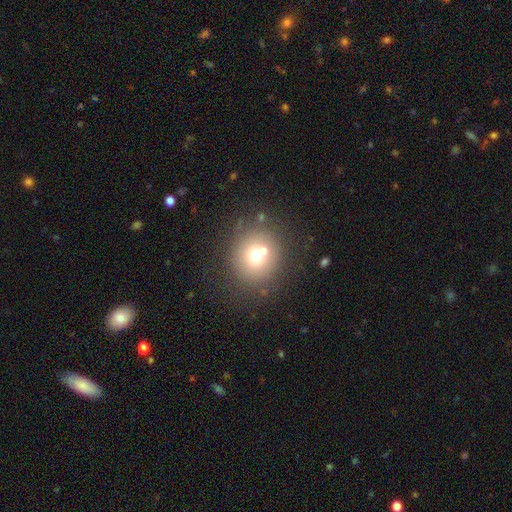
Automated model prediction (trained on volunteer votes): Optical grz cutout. It shows a smooth galaxy with no disk features (66%) that is round (89%). Merging: none (64%).